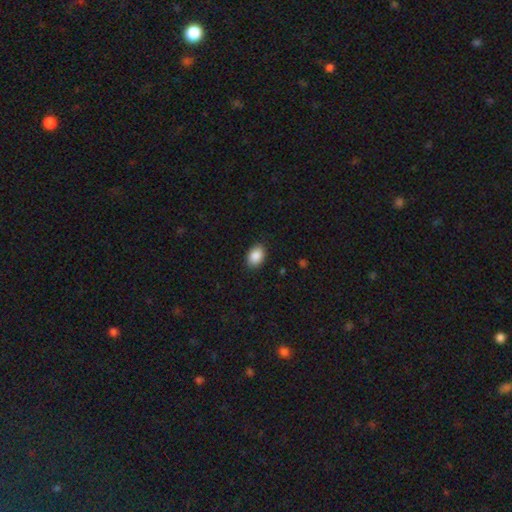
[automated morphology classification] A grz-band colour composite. It shows a smooth galaxy with no disk features (89%) that is in between round and cigar-shaped (82%). Merging: none (88%).